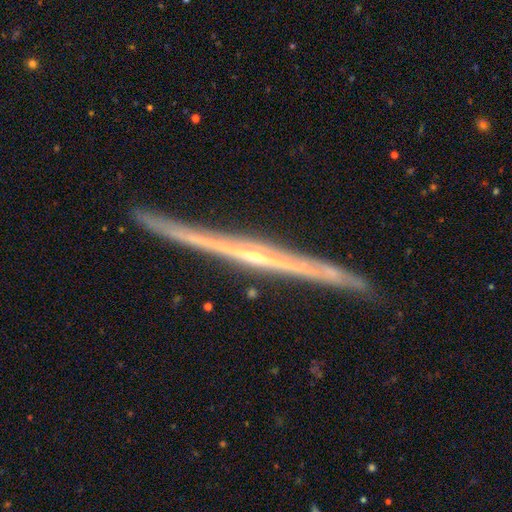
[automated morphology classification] Q: Smooth or featured?
A: featured or disk (87%); runner-up: smooth (8%)
Q: Edge-on disk?
A: yes (98%); runner-up: no (2%)
Q: Edge-on bulge?
A: rounded (56%); runner-up: none (39%)
Q: Merging?
A: none (88%); runner-up: minor disturbance (9%)